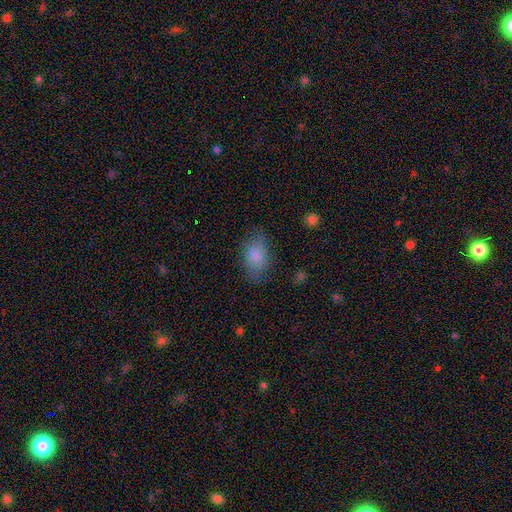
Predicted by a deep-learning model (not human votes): Overall: smooth (82%). How rounded: in between (87%). Merging: none (72%).